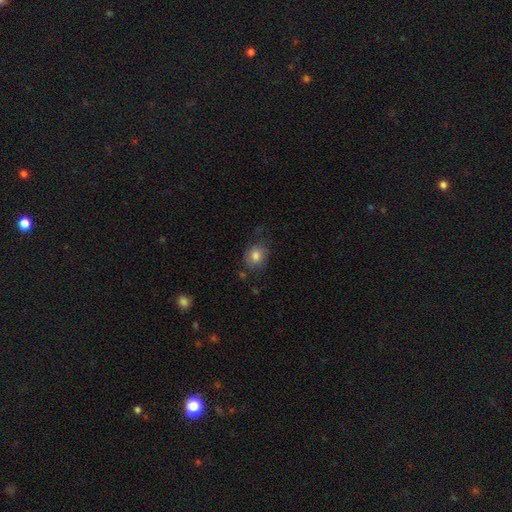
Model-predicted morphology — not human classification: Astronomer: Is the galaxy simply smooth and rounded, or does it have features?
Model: smooth — 80%.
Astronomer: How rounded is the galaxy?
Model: round — 59% (runner-up: in between, 40%).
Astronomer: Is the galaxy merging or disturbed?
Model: none — 66%.